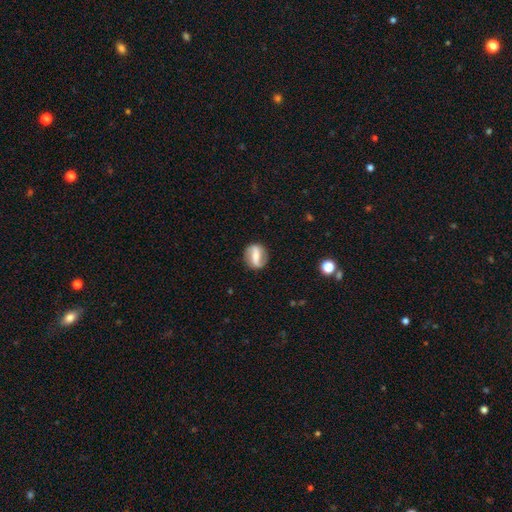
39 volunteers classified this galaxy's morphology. smooth_or_featured: featured or disk (p=0.82) [alt: smooth p=0.13]
disk_edge_on: no (p=0.91) [alt: yes p=0.09]
bar: strong (p=0.66) [alt: weak p=0.21]
has_spiral_arms: yes (p=0.66) [alt: no p=0.34]
spiral_winding: loose (p=0.68) [alt: tight p=0.16]
spiral_arm_count: 2 (p=0.79) [alt: 1 p=0.16]
bulge_size: moderate (p=0.48) [alt: small p=0.31]
merging: none (p=0.70) [alt: minor disturbance p=0.22]